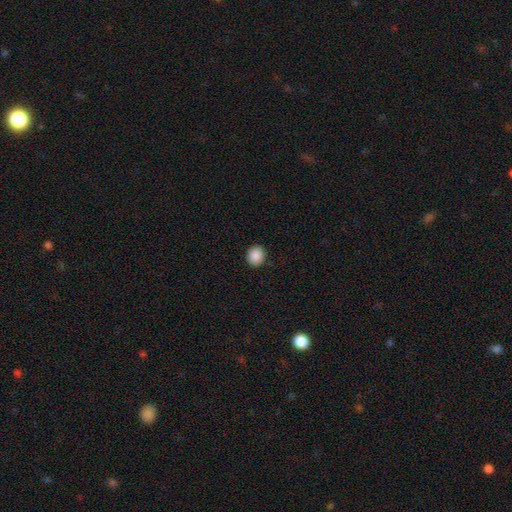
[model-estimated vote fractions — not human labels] Smooth or featured? smooth (89%)
How rounded? round (85%)
Merging? none (91%)